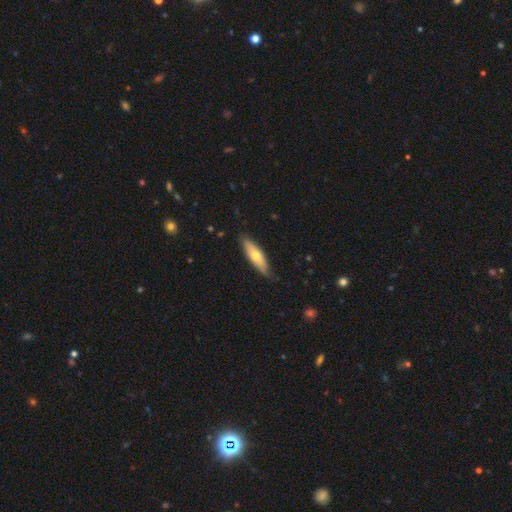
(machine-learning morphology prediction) type=smooth (59%); roundness=cigar-shaped (55%); merging=none (77%).